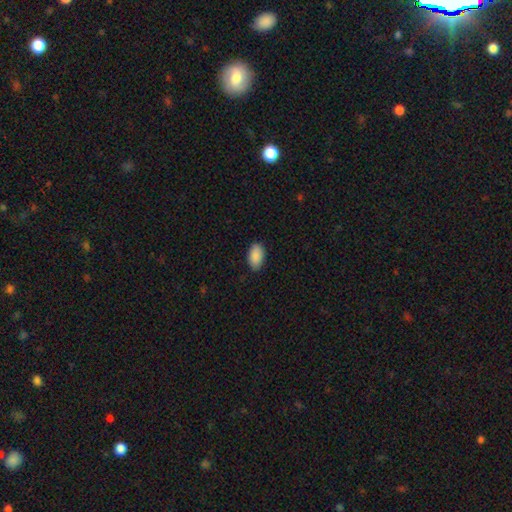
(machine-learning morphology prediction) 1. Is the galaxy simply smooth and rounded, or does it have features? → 90% smooth, 6% star or artifact, 3% featured or disk.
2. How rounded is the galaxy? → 94% in between, 4% round, 2% cigar-shaped.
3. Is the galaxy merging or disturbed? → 86% none, 11% minor disturbance, 2% major disturbance, 1% merger.